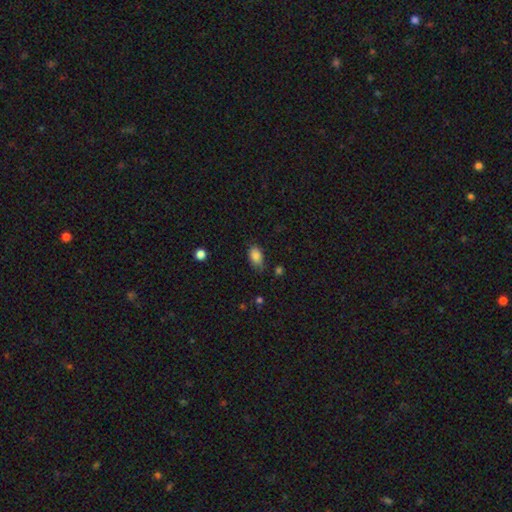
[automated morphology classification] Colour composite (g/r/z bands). It shows a smooth galaxy with no disk features (86%) that is in between round and cigar-shaped (90%). Merging: none (72%).